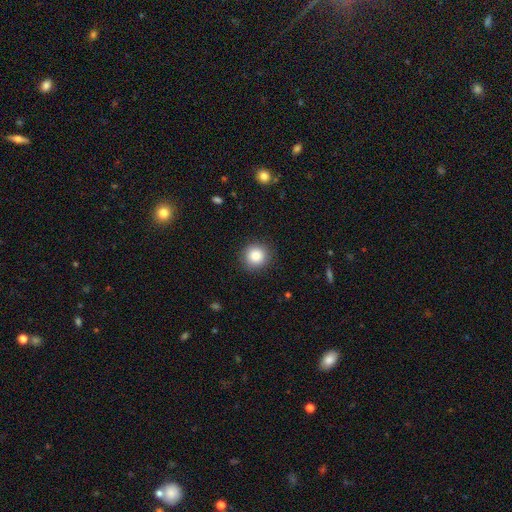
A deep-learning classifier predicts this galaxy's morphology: The model was most divided on "smooth or featured": smooth: 85%, star or artifact: 10%, featured or disk: 5%. More confident: how rounded — round (92%); merging — none (90%).